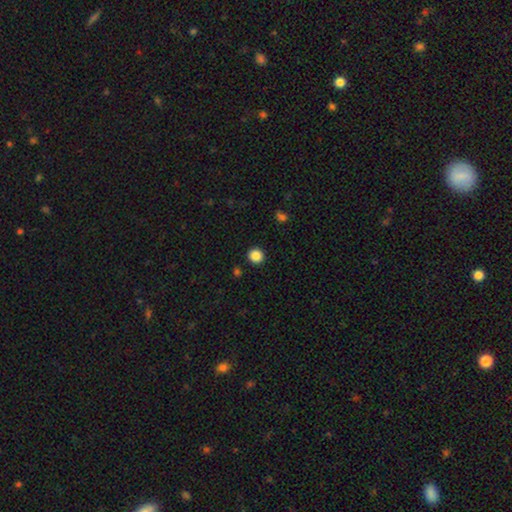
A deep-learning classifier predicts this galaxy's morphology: Q: Smooth or featured?
A: smooth (87%); runner-up: star or artifact (10%)
Q: How rounded?
A: round (91%); runner-up: in between (8%)
Q: Merging?
A: none (92%); runner-up: minor disturbance (5%)